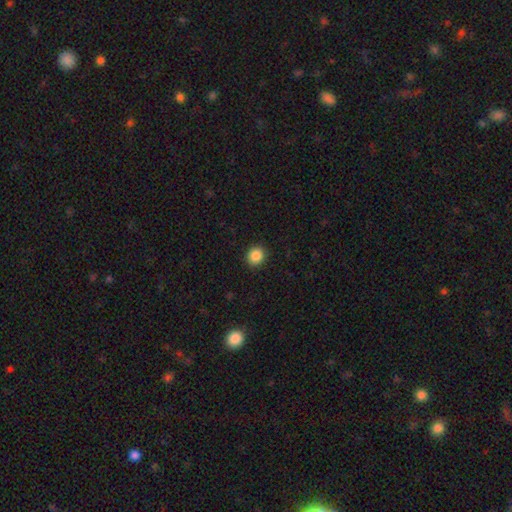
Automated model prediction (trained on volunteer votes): This is clearly a smooth galaxy (87%). How rounded: clearly round (84%). Merging: clearly none (92%).